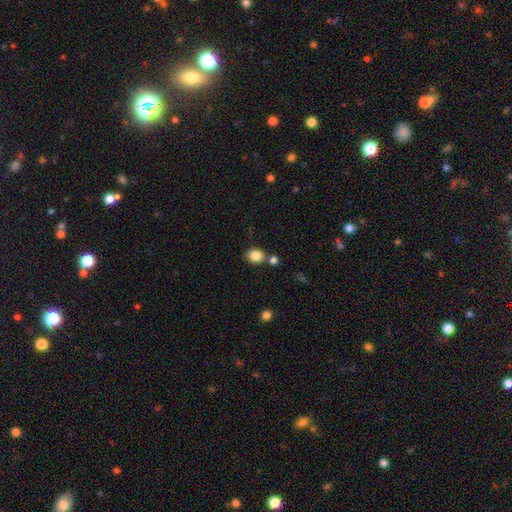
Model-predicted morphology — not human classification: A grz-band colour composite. It shows a smooth galaxy with no disk features (84%) that is round (53%). Merging: none (71%).